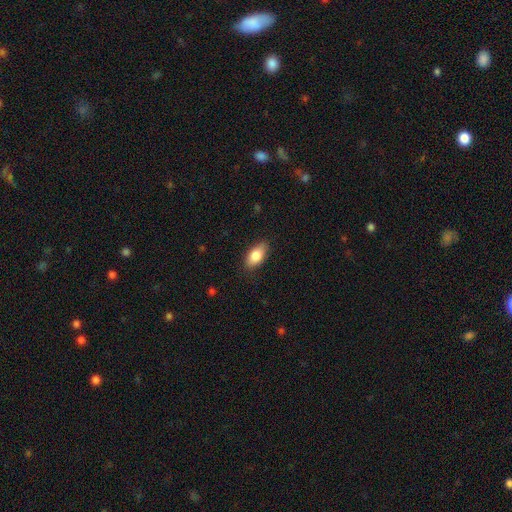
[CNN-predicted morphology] A smooth galaxy with no disk features (83%) that is in between round and cigar-shaped (89%). Merging: none (84%).